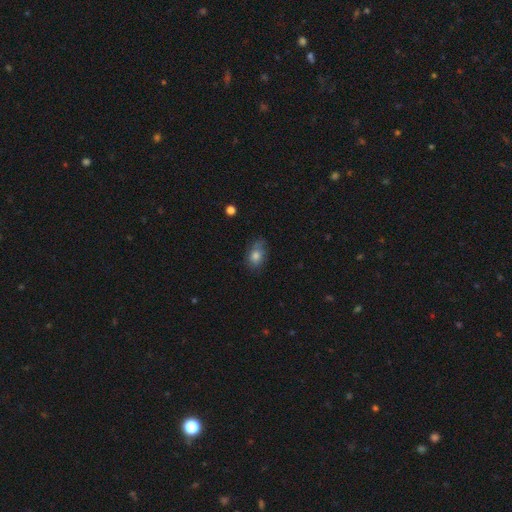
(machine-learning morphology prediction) Overall: smooth (76%). How rounded: in between (74%). Merging: none (61%; minor disturbance 28%).